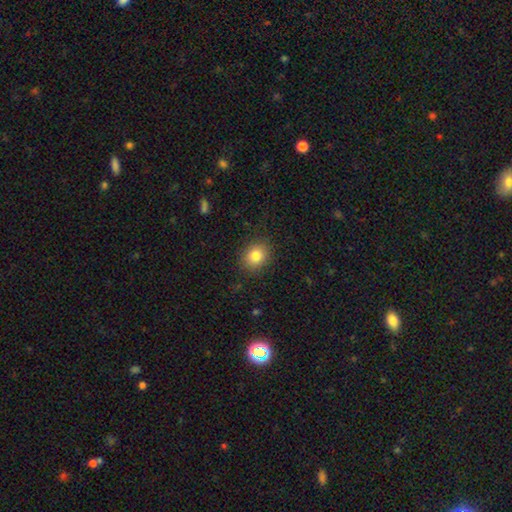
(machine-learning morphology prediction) smooth 83%, star or artifact 10%, featured or disk 7%. Down the decision tree: how rounded — round (62%); merging — none (87%).